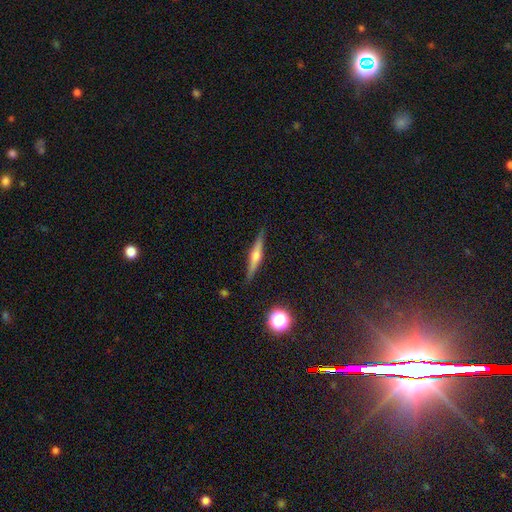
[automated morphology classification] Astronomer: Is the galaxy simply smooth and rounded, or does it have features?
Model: featured or disk — 65%.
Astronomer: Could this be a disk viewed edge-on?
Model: yes — 97%.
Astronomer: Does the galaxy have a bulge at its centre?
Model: rounded — 83%.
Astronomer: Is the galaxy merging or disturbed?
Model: none — 88%.